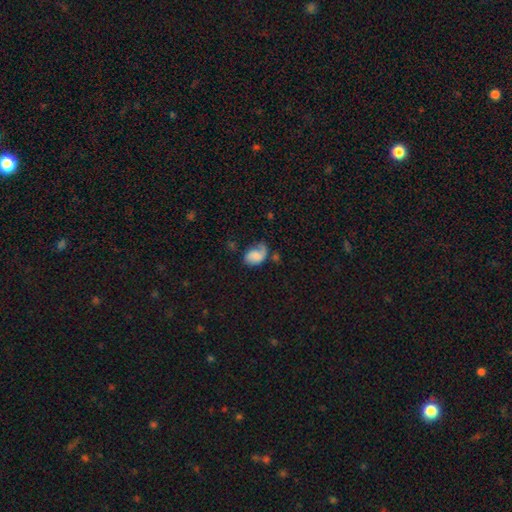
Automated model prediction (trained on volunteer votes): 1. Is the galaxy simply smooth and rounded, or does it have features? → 56% smooth, 35% featured or disk, 9% star or artifact.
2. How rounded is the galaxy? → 80% in between, 18% round, 1% cigar-shaped.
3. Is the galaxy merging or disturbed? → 36% none, 31% minor disturbance, 28% major disturbance, 6% merger.